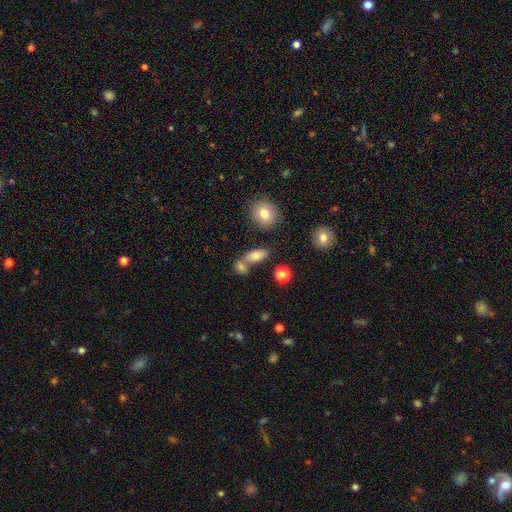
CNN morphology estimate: A smooth galaxy with no disk features (75%) that is in between round and cigar-shaped (78%).

Vote fractions:
- Smooth or featured? smooth: 75% / featured or disk: 14% / star or artifact: 12%
- How rounded? in between: 78% / round: 11% / cigar-shaped: 10%
- Merging? none: 55% / merger: 29% / minor disturbance: 11% / major disturbance: 5%